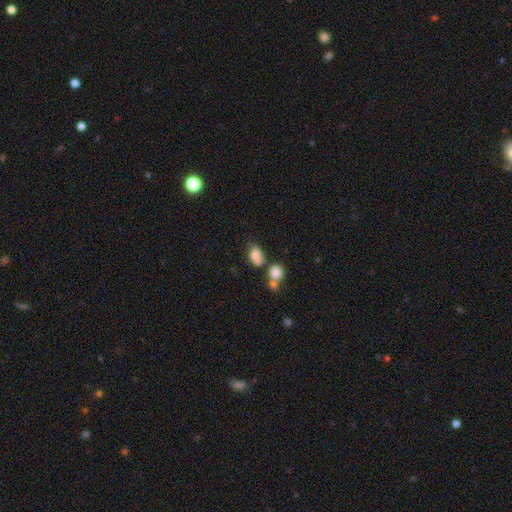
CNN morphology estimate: This is likely a smooth galaxy (75%). How rounded: likely in between (70%). Merging: marginally none (38%).